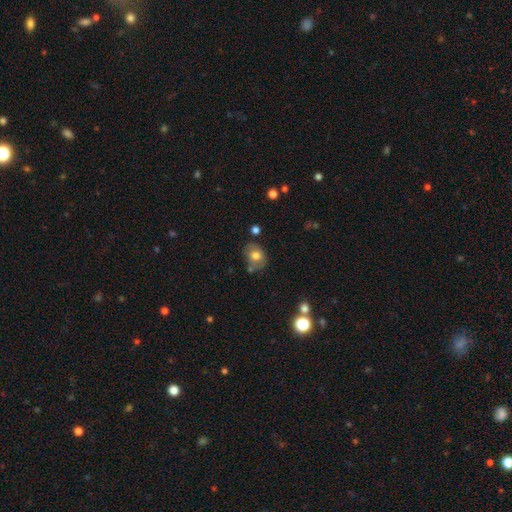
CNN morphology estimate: smooth-or-featured: smooth: 71% | featured or disk: 20% | star or artifact: 10%
  how-rounded: in between: 53% | round: 46% | cigar-shaped: 1%
  merging: none: 62% | minor disturbance: 22% | merger: 10% | major disturbance: 6%